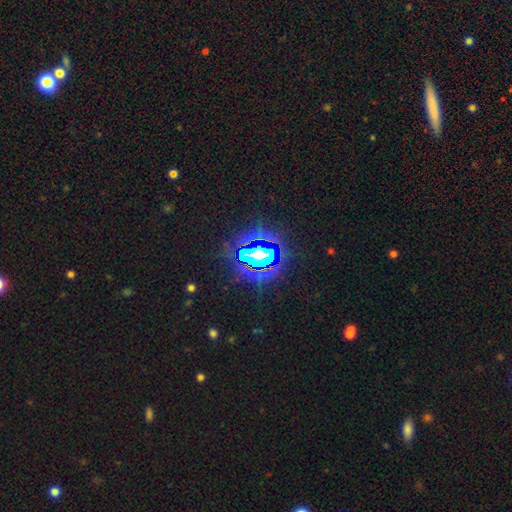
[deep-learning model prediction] star or artifact 72%, smooth 15%, featured or disk 13%.